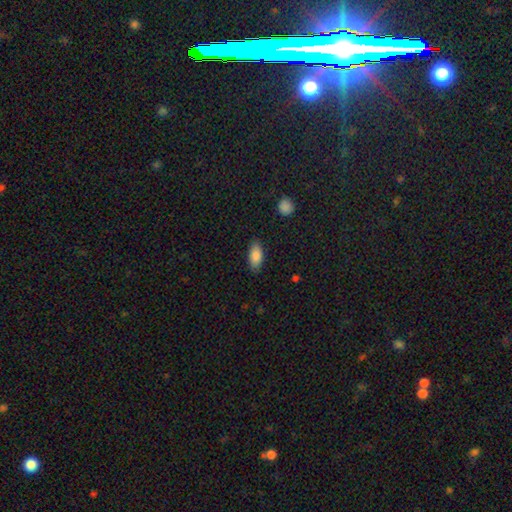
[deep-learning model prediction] Overall: smooth (86%). How rounded: in between (89%). Merging: none (83%).